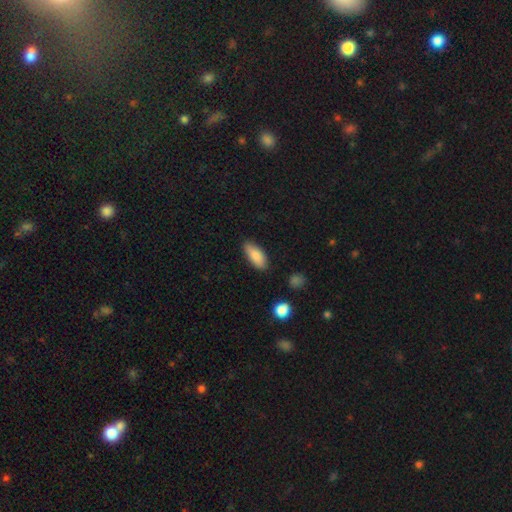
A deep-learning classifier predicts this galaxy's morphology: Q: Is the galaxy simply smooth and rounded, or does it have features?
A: smooth — 87%.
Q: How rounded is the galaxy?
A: in between — 84%.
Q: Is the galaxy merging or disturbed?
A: none — 83%.